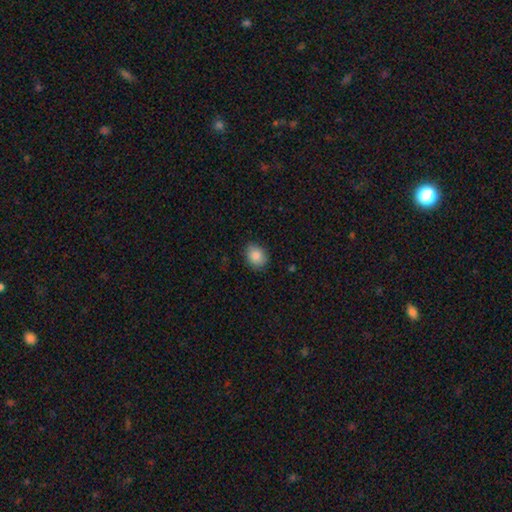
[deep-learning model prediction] smooth-or-featured: smooth: 85% | star or artifact: 8% | featured or disk: 7%
  how-rounded: round: 52% | in between: 47% | cigar-shaped: 1%
  merging: none: 84% | minor disturbance: 13% | major disturbance: 2% | merger: 1%